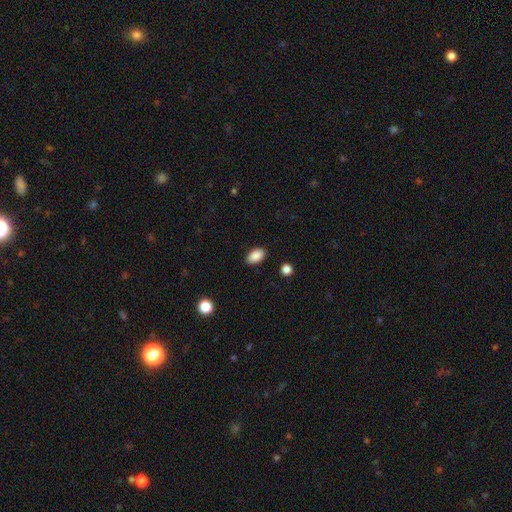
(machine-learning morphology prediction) Smooth or featured: smooth — 89% (star or artifact — 8%)
How rounded: in between — 91% (round — 7%)
Merging: none — 88% (minor disturbance — 8%)